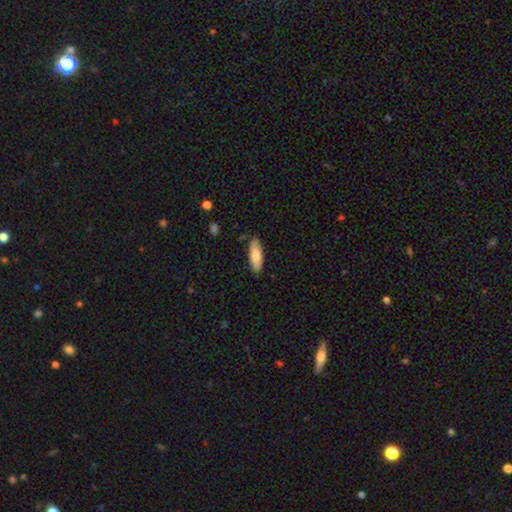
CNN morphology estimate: type=smooth (81%); roundness=in between (59%); merging=none (85%).